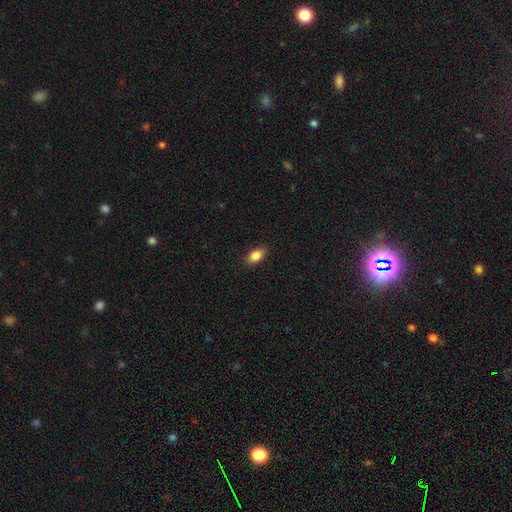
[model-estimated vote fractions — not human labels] A smooth galaxy with no disk features (86%) that is in between round and cigar-shaped (88%). Merging: none (88%).